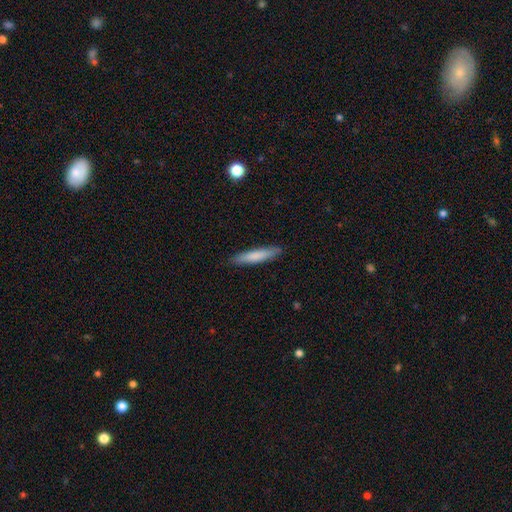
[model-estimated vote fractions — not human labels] Overall: smooth (78%). How rounded: cigar-shaped (88%). Merging: none (88%).